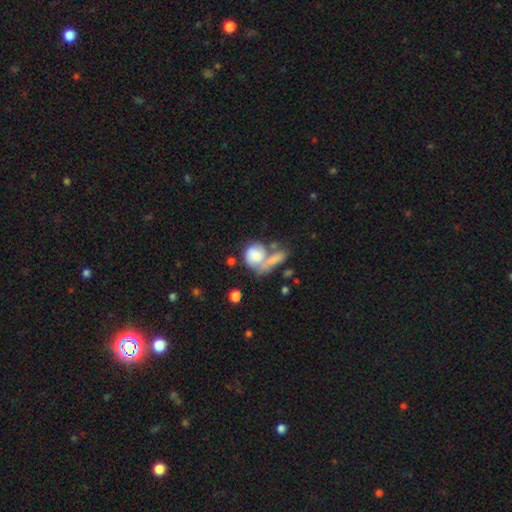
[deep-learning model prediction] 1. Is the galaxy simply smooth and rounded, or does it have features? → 67% smooth, 25% featured or disk, 7% star or artifact.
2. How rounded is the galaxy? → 57% round, 40% in between, 2% cigar-shaped.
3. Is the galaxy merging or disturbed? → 48% merger, 22% none, 18% major disturbance, 11% minor disturbance.